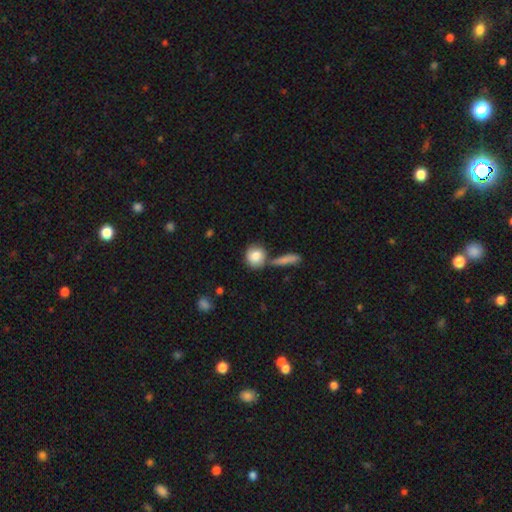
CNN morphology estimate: smooth 83%, featured or disk 10%, star or artifact 7%. Down the decision tree: how rounded — round (77%); merging — none (60%).